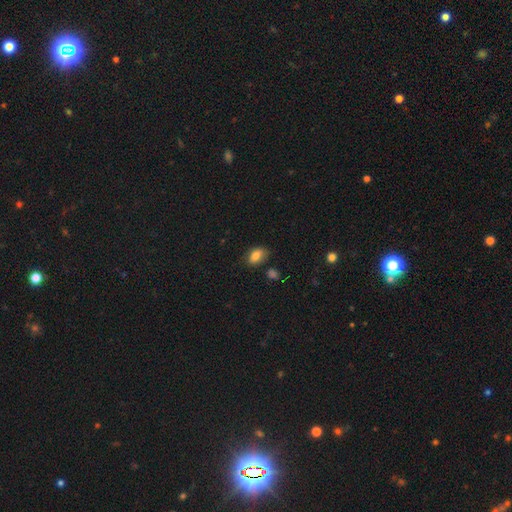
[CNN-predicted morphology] This appears to be a smooth galaxy with no disk features (82%) that is in between round and cigar-shaped (86%). Merging: none (74%).